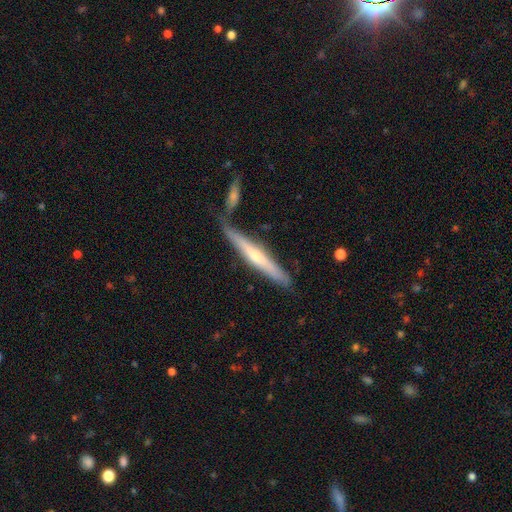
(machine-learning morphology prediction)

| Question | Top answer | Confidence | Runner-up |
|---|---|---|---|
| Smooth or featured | featured or disk | 57% | smooth (37%) |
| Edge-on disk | yes | 93% | no (7%) |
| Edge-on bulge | rounded | 68% | none (27%) |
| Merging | none | 66% | merger (17%) |